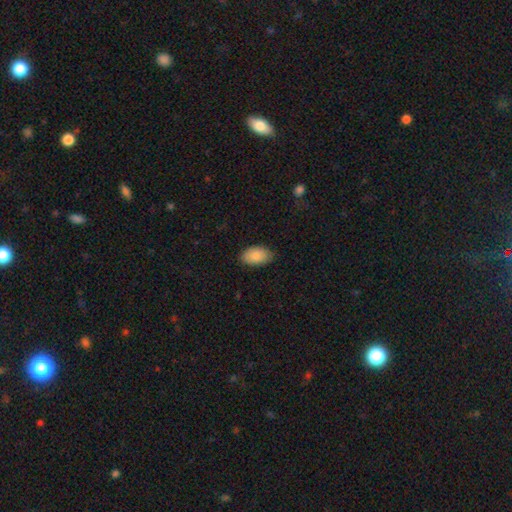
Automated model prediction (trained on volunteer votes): The model was most divided on "merging": none: 83%, minor disturbance: 13%, major disturbance: 2%, merger: 1%. More confident: how rounded — in between (94%); smooth or featured — smooth (87%).